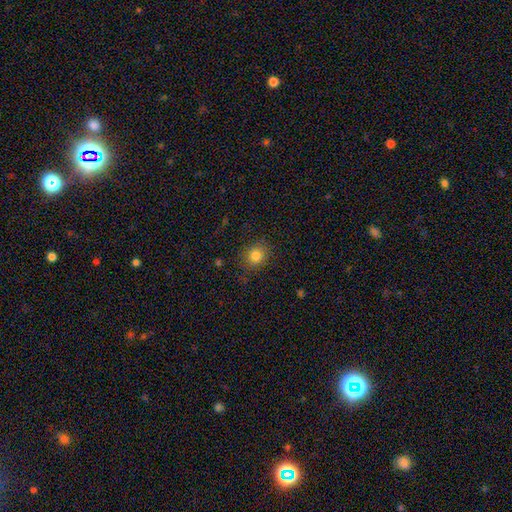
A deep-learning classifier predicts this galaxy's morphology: Smooth or featured?
  - smooth: 81% *
  - star or artifact: 12%
  - featured or disk: 6%
How rounded?
  - round: 78% *
  - in between: 21%
  - cigar-shaped: 1%
Merging?
  - none: 83% *
  - minor disturbance: 12%
  - major disturbance: 4%
  - merger: 1%